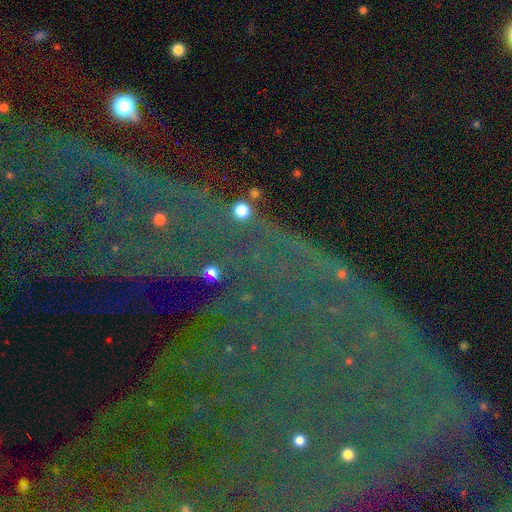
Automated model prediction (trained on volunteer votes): Smooth or featured?
  - star or artifact: 84% *
  - featured or disk: 9%
  - smooth: 7%